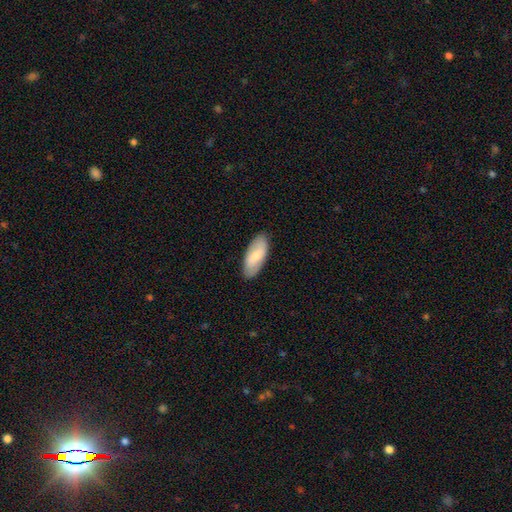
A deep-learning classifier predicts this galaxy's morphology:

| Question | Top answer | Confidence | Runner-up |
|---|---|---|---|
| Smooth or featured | smooth | 66% | featured or disk (29%) |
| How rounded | in between | 85% | cigar-shaped (13%) |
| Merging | none | 88% | minor disturbance (10%) |